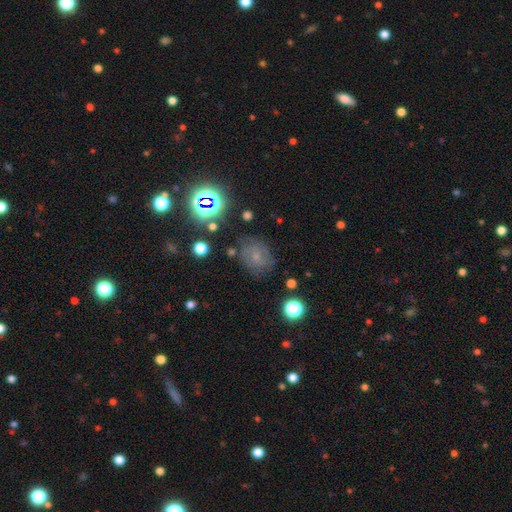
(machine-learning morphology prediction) type=featured or disk (42%); merging=none (71%).